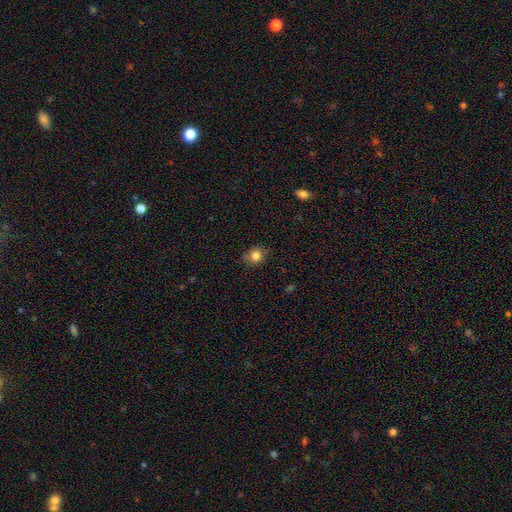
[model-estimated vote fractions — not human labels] smooth_or_featured: smooth (p=0.83) [alt: star or artifact p=0.11]
how_rounded: round (p=0.72) [alt: in between p=0.27]
merging: none (p=0.79) [alt: minor disturbance p=0.16]